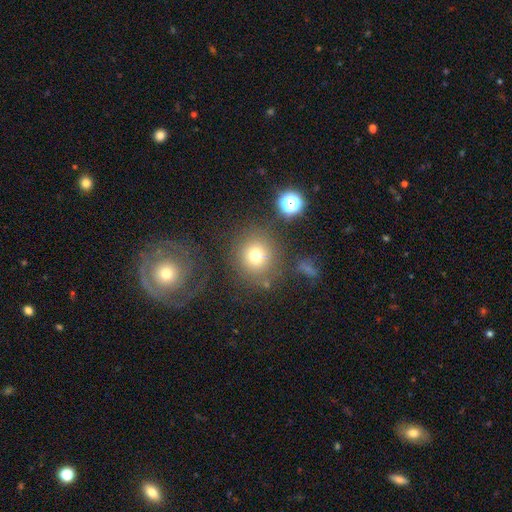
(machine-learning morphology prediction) Q: Smooth or featured?
A: smooth (74%); runner-up: star or artifact (15%)
Q: How rounded?
A: round (89%); runner-up: in between (10%)
Q: Merging?
A: none (75%); runner-up: minor disturbance (12%)